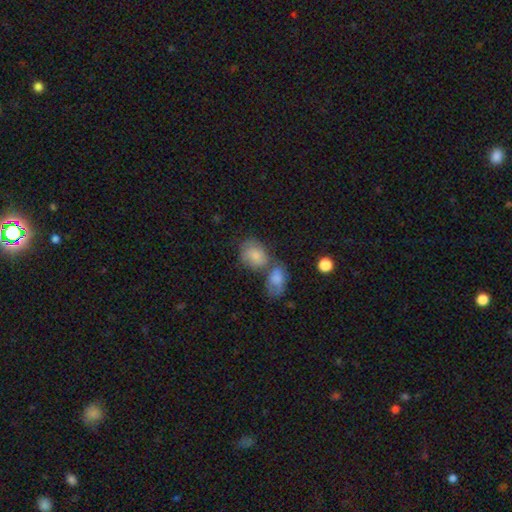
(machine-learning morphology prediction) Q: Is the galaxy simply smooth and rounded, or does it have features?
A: smooth — 69%.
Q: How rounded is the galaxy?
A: in between — 56%.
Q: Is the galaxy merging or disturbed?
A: merger — 45%.